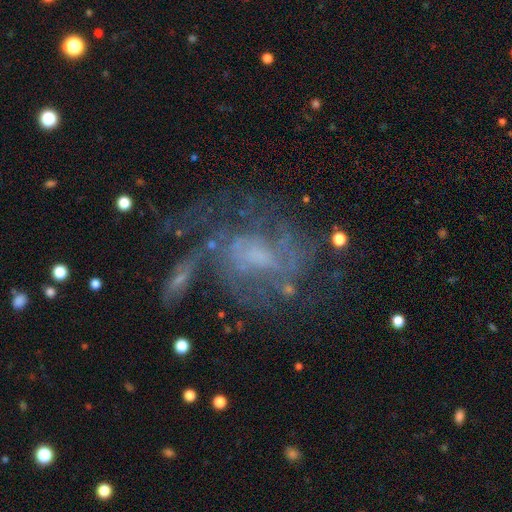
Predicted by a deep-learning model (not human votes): Overall: featured or disk (81%). Edge-on disk: no (97%). Bar: no (47%; weak 42%). Spiral arms: yes (89%). Spiral arm count: 2 (35%; can't tell 32%). Spiral winding: medium (45%; tight 35%). Bulge size: small (38%; moderate 30%). Merging: none (53%; major disturbance 23%).